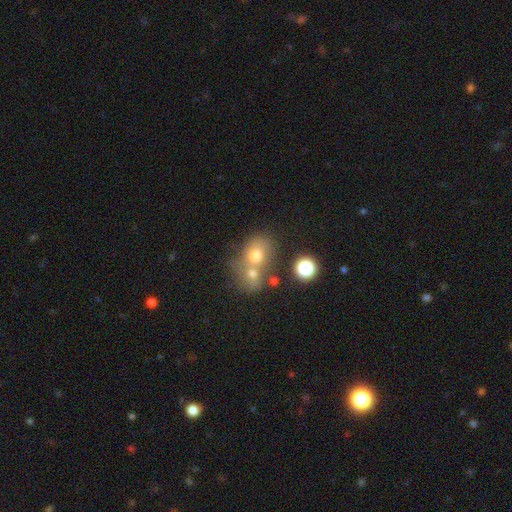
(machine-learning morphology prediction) Smooth or featured?
  - smooth: 69% *
  - featured or disk: 17%
  - star or artifact: 14%
How rounded?
  - round: 59% *
  - in between: 40%
  - cigar-shaped: 1%
Merging?
  - merger: 57% *
  - none: 29%
  - minor disturbance: 9%
  - major disturbance: 5%